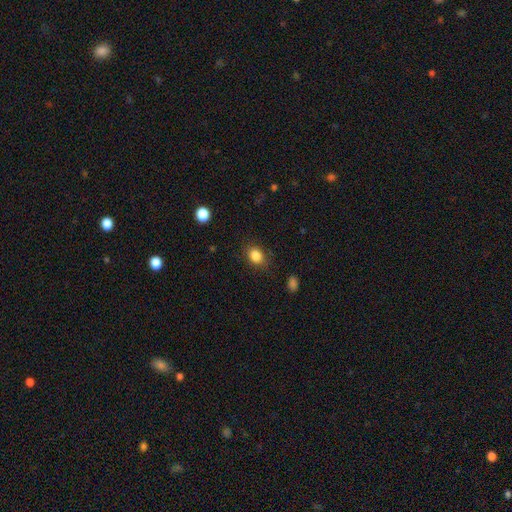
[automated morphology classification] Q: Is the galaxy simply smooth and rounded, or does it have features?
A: smooth — 85%.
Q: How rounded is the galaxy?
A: in between — 50%.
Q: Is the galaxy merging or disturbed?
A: none — 82%.